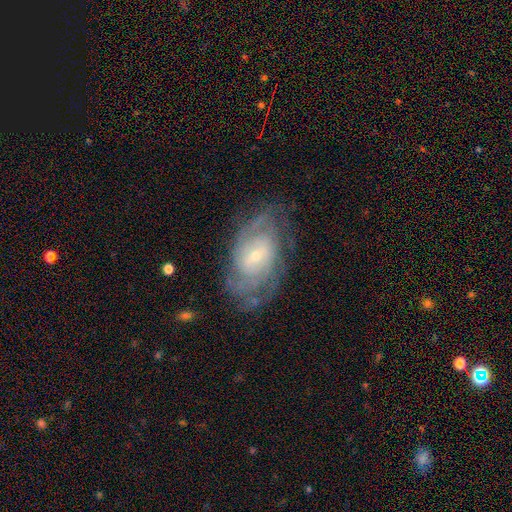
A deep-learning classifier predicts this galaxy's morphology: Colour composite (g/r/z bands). It shows a featured or disk galaxy (82%) with no bar (59%), tight (61%) spiral arms (91%) and a small central bulge (68%). Merging: none (71%).